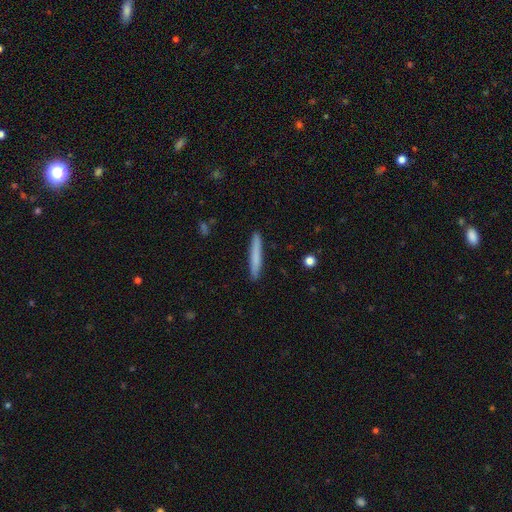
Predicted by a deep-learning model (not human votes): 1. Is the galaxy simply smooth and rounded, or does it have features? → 75% smooth, 19% featured or disk, 6% star or artifact.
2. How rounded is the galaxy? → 96% cigar-shaped, 3% in between, 1% round.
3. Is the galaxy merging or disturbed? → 91% none, 6% minor disturbance, 1% major disturbance, 1% merger.